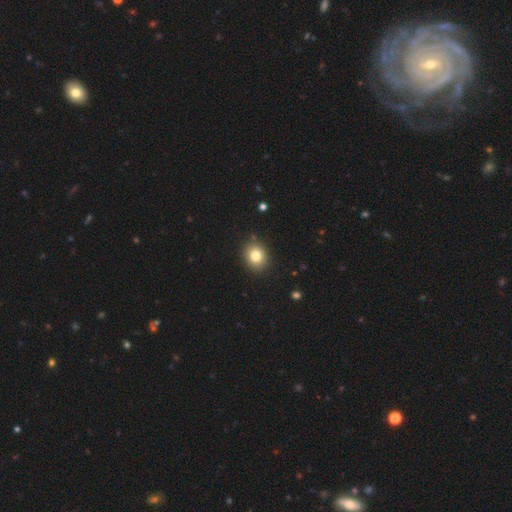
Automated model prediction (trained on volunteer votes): smooth_or_featured: smooth (p=0.81) [alt: star or artifact p=0.11]
how_rounded: round (p=0.64) [alt: in between p=0.35]
merging: none (p=0.89) [alt: minor disturbance p=0.08]